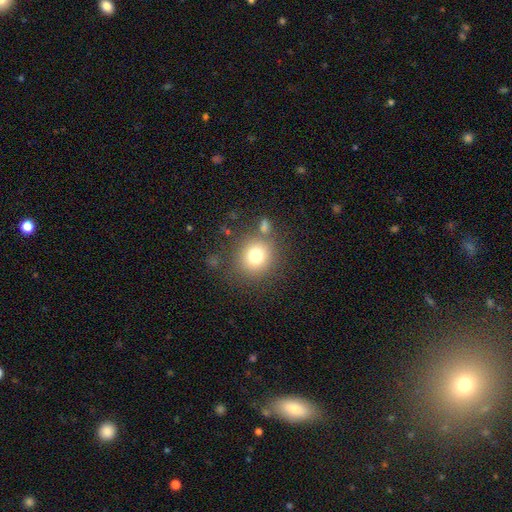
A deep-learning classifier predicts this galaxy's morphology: smooth_or_featured: smooth (p=0.76) [alt: star or artifact p=0.13]
how_rounded: round (p=0.86) [alt: in between p=0.13]
merging: none (p=0.75) [alt: minor disturbance p=0.11]